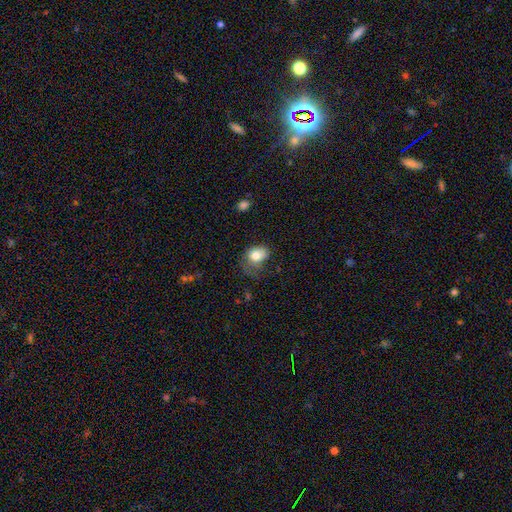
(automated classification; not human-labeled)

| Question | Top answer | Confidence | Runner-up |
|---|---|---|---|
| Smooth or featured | smooth | 79% | featured or disk (12%) |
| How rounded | in between | 62% | round (37%) |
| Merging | none | 38% | minor disturbance (33%) |